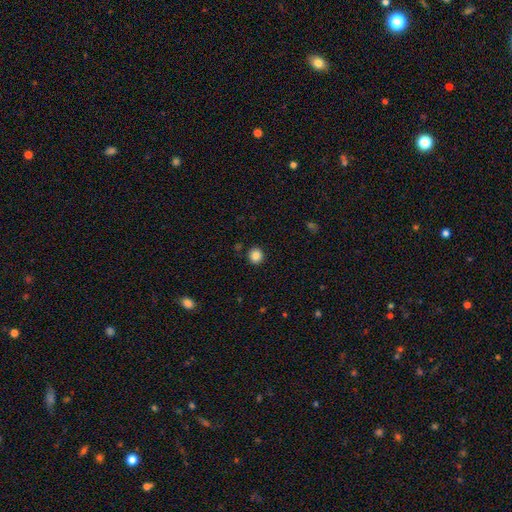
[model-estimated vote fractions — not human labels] Smooth or featured?
  - smooth: 85% *
  - star or artifact: 10%
  - featured or disk: 4%
How rounded?
  - round: 89% *
  - in between: 10%
  - cigar-shaped: 1%
Merging?
  - none: 91% *
  - minor disturbance: 6%
  - merger: 2%
  - major disturbance: 2%